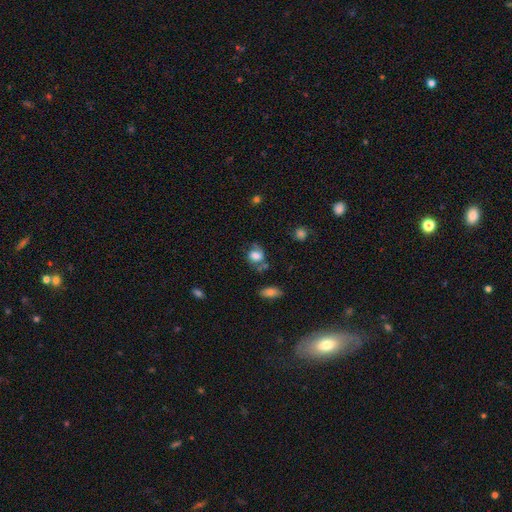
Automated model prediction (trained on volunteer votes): A smooth galaxy with no disk features (65%) that is round (50%).

Vote fractions:
- Smooth or featured? smooth: 65% / featured or disk: 25% / star or artifact: 10%
- How rounded? round: 50% / in between: 48% / cigar-shaped: 1%
- Merging? none: 49% / minor disturbance: 26% / major disturbance: 14% / merger: 11%